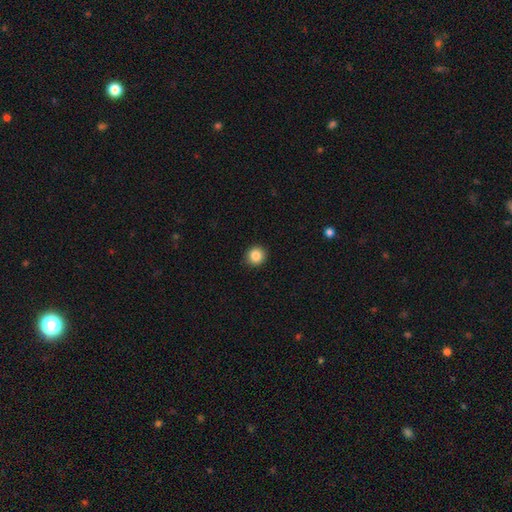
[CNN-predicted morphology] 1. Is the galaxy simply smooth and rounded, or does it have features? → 86% smooth, 10% star or artifact, 4% featured or disk.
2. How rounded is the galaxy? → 93% round, 6% in between, 1% cigar-shaped.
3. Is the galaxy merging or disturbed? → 92% none, 5% minor disturbance, 2% major disturbance, 1% merger.